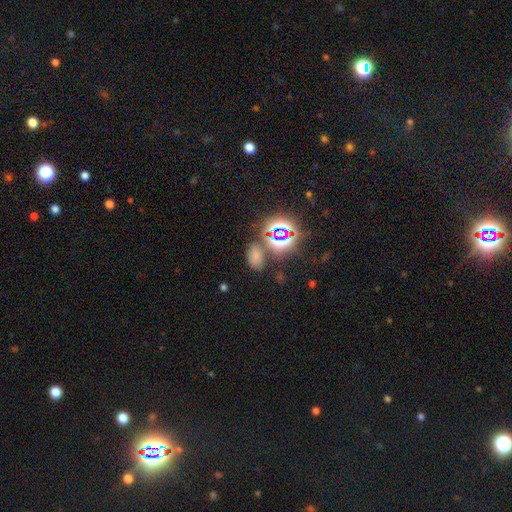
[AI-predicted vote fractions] Q: Smooth or featured?
A: smooth (54%); runner-up: star or artifact (39%)
Q: How rounded?
A: in between (85%); runner-up: round (13%)
Q: Merging?
A: none (66%); runner-up: minor disturbance (15%)